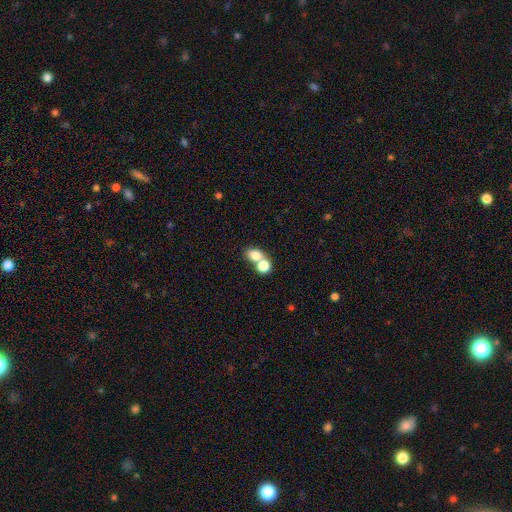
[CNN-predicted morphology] The model was most divided on "how rounded": in between: 51%, round: 48%, cigar-shaped: 1%. More confident: smooth or featured — smooth (77%); merging — merger (52%).